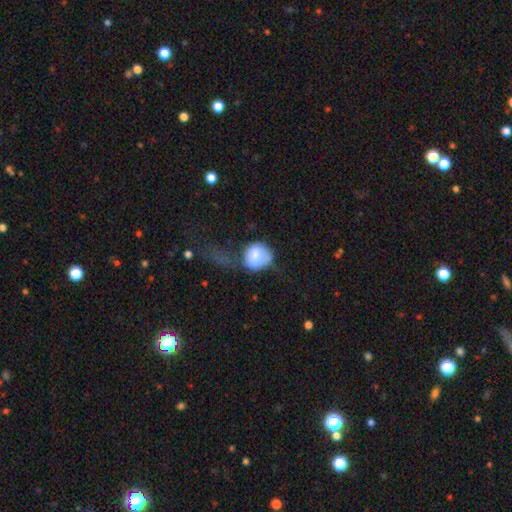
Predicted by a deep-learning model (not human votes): Smooth or featured? smooth (75%)
How rounded? round (70%)
Merging? major disturbance (41%)